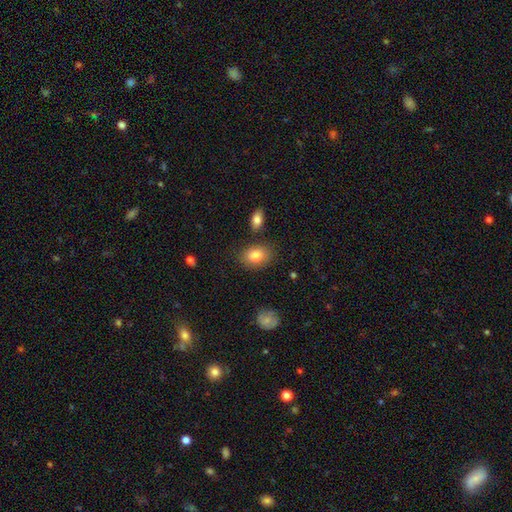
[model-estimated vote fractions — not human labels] smooth-or-featured: smooth: 82% | featured or disk: 10% | star or artifact: 8%
  how-rounded: in between: 75% | round: 24% | cigar-shaped: 1%
  merging: none: 81% | minor disturbance: 12% | merger: 4% | major disturbance: 3%